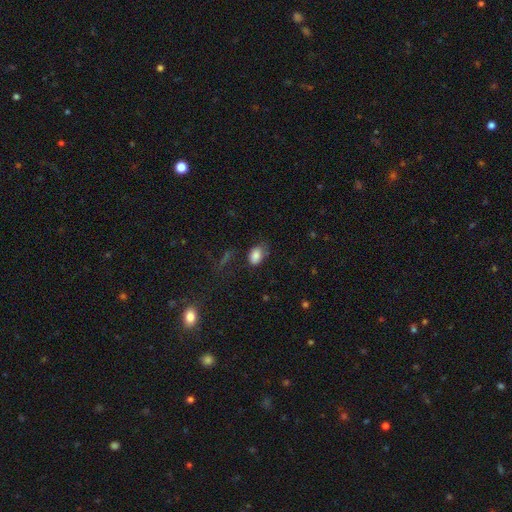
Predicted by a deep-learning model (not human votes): A smooth galaxy with no disk features (83%) that is in between round and cigar-shaped (86%).

Vote fractions:
- Smooth or featured? smooth: 83% / star or artifact: 10% / featured or disk: 7%
- How rounded? in between: 86% / round: 12% / cigar-shaped: 2%
- Merging? none: 58% / minor disturbance: 28% / major disturbance: 11% / merger: 3%